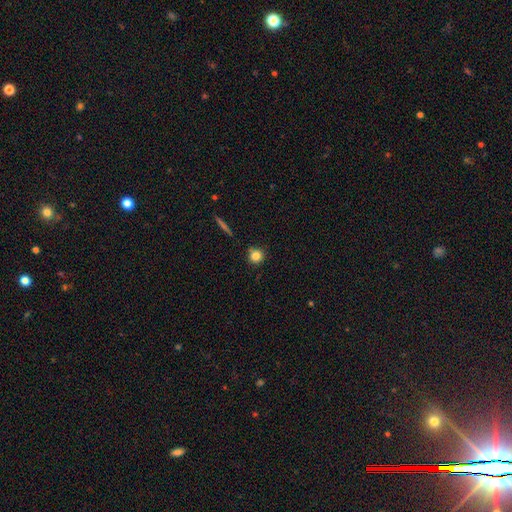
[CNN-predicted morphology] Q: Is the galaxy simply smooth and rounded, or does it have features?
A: smooth — 82%.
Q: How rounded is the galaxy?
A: round — 92%.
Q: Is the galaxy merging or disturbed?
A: none — 81%.